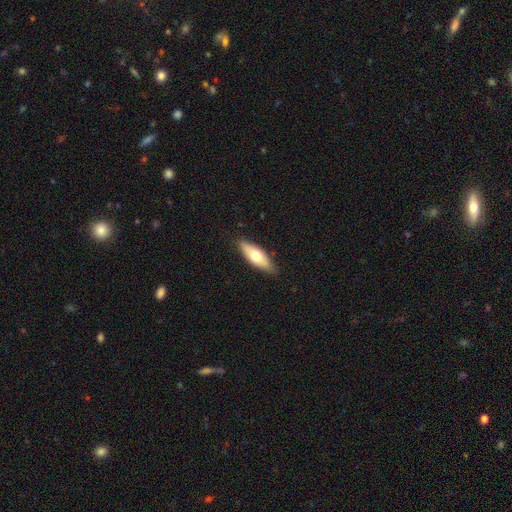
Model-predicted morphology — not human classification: Q: Smooth or featured?
A: smooth (60%); runner-up: featured or disk (34%)
Q: How rounded?
A: in between (63%); runner-up: cigar-shaped (35%)
Q: Merging?
A: none (84%); runner-up: minor disturbance (13%)